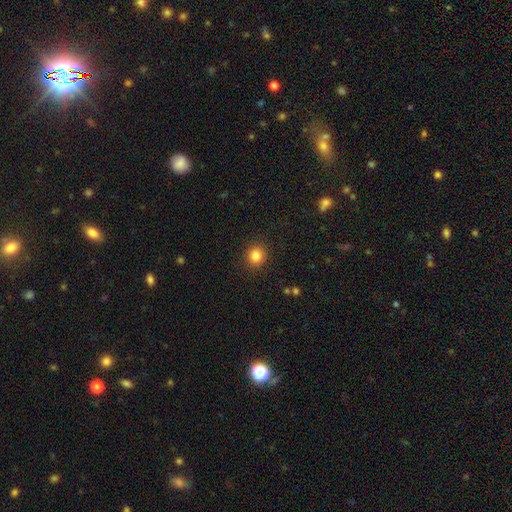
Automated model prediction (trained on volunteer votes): Overall: smooth (84%). How rounded: round (88%). Merging: none (90%).